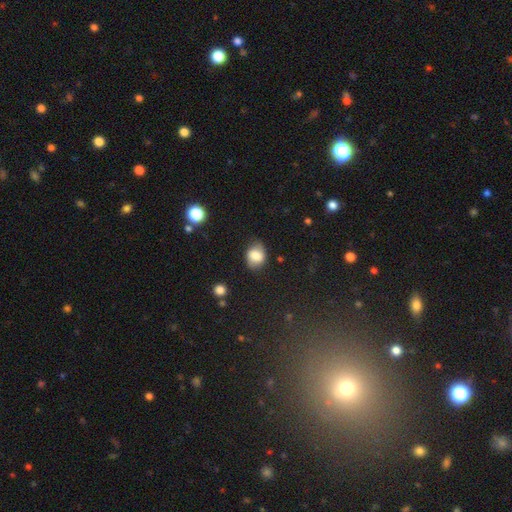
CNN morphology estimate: smooth 75%, featured or disk 16%, star or artifact 9%. Down the decision tree: how rounded — in between (57%); merging — none (71%).